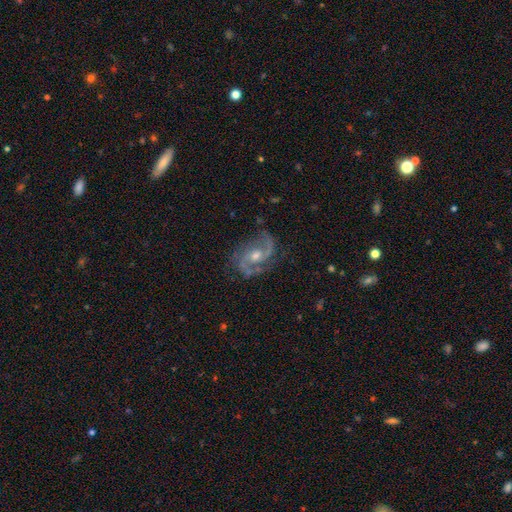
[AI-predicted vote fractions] smooth_or_featured: featured or disk (p=0.90) [alt: star or artifact p=0.06]
disk_edge_on: no (p=0.98) [alt: yes p=0.02]
bar: no (p=0.56) [alt: weak p=0.35]
has_spiral_arms: yes (p=0.98) [alt: no p=0.02]
spiral_winding: medium (p=0.59) [alt: loose p=0.23]
spiral_arm_count: 2 (p=0.87) [alt: 3 p=0.05]
bulge_size: moderate (p=0.62) [alt: small p=0.32]
merging: none (p=0.75) [alt: minor disturbance p=0.17]